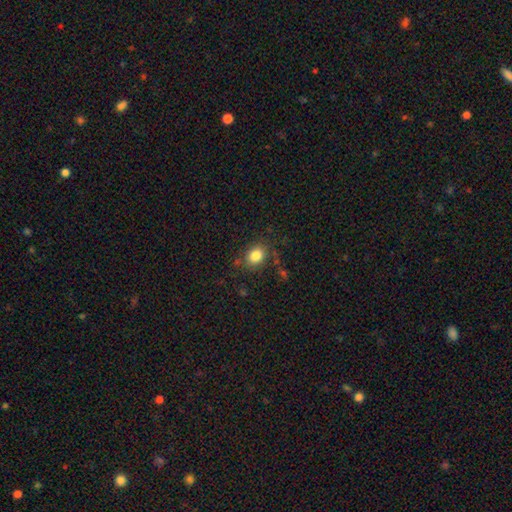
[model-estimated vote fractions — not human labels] smooth-or-featured: smooth: 83% | star or artifact: 10% | featured or disk: 7%
  how-rounded: in between: 52% | round: 47% | cigar-shaped: 1%
  merging: none: 80% | minor disturbance: 13% | major disturbance: 4% | merger: 3%